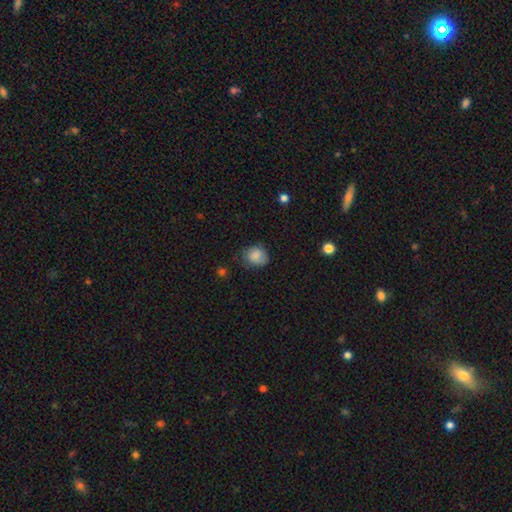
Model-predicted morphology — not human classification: A smooth galaxy with no disk features (84%) that is round (67%).

Vote fractions:
- Smooth or featured? smooth: 84% / star or artifact: 8% / featured or disk: 7%
- How rounded? round: 67% / in between: 33% / cigar-shaped: 1%
- Merging? none: 67% / minor disturbance: 26% / major disturbance: 6% / merger: 2%